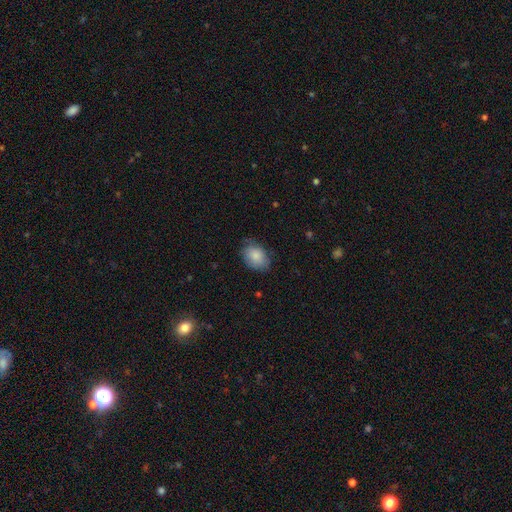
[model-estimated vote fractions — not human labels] This is clearly a smooth galaxy (85%). How rounded: likely in between (75%). Merging: likely none (70%).